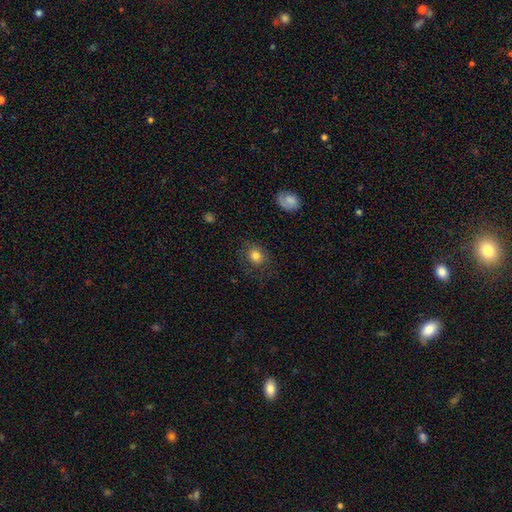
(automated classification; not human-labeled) Overall: smooth (81%). How rounded: round (76%). Merging: none (78%).